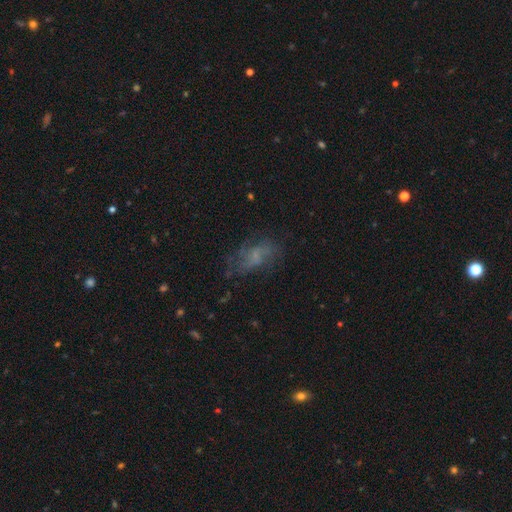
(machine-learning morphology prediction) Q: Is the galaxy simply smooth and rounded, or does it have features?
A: featured or disk — 49%.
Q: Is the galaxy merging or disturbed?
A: none — 56%.